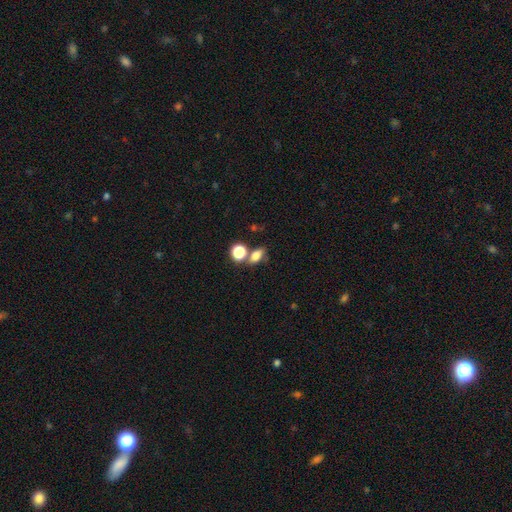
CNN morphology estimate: The model was most divided on "merging": none: 54%, merger: 27%, minor disturbance: 13%, major disturbance: 6%. More confident: smooth or featured — smooth (74%); how rounded — in between (70%).